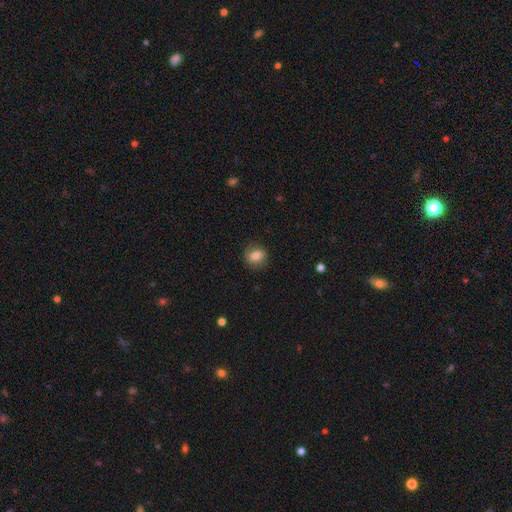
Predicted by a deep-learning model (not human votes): A smooth galaxy with no disk features (73%) that is round (58%).

Vote fractions:
- Smooth or featured? smooth: 73% / featured or disk: 19% / star or artifact: 8%
- How rounded? round: 58% / in between: 40% / cigar-shaped: 1%
- Merging? none: 80% / minor disturbance: 14% / major disturbance: 5% / merger: 1%